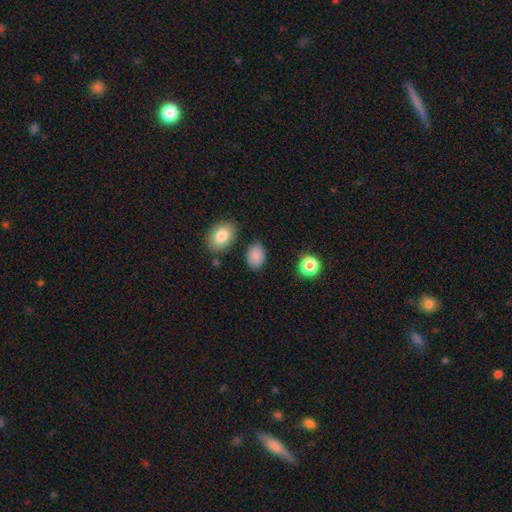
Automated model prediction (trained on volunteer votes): This appears to be a smooth galaxy with no disk features (87%) that is in between round and cigar-shaped (82%). Merging: none (82%).